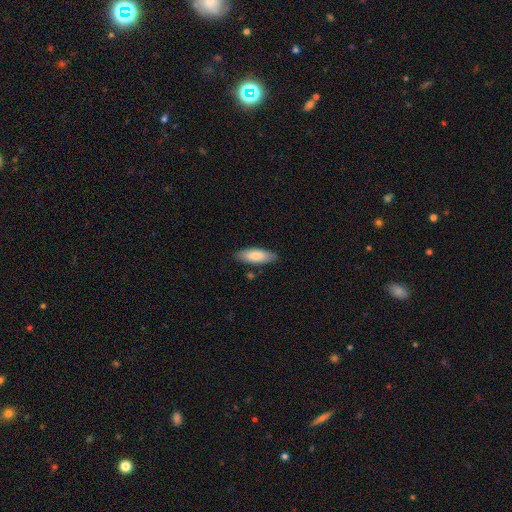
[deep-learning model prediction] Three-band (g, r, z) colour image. It shows a smooth galaxy with no disk features (81%) that is in between round and cigar-shaped (66%). Merging: none (83%).